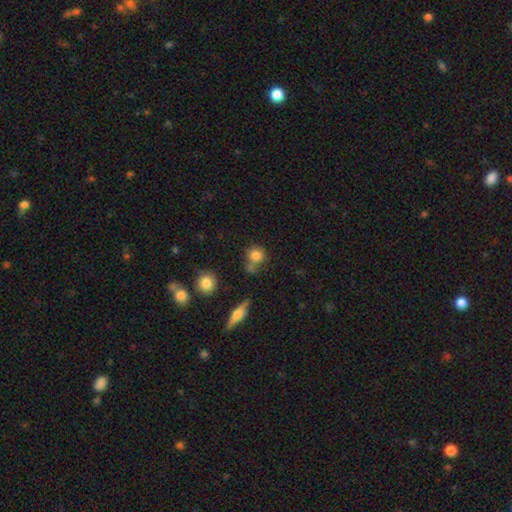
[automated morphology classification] Smooth or featured? smooth (80%)
How rounded? round (81%)
Merging? none (57%)